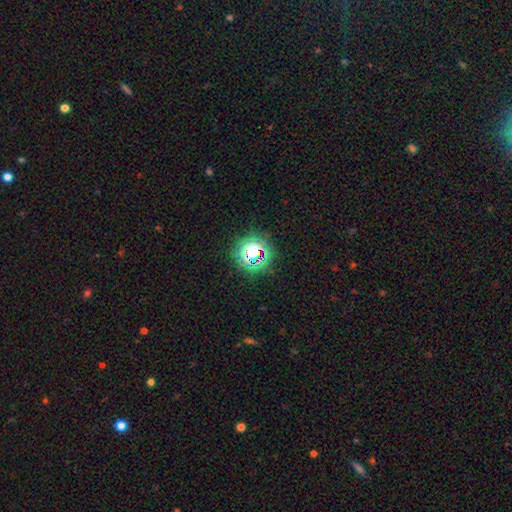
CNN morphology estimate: Smooth or featured? star or artifact (62%)